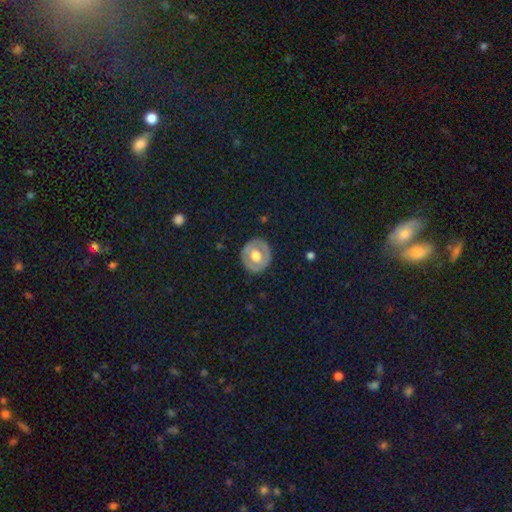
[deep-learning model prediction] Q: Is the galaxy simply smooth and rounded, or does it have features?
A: smooth — 48%.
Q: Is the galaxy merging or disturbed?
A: none — 84%.